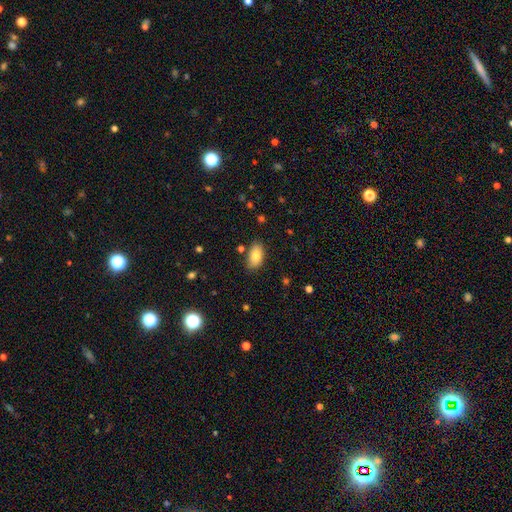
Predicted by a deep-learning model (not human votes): Morphology: type=smooth (81%); roundness=in between (93%); merging=none (81%).